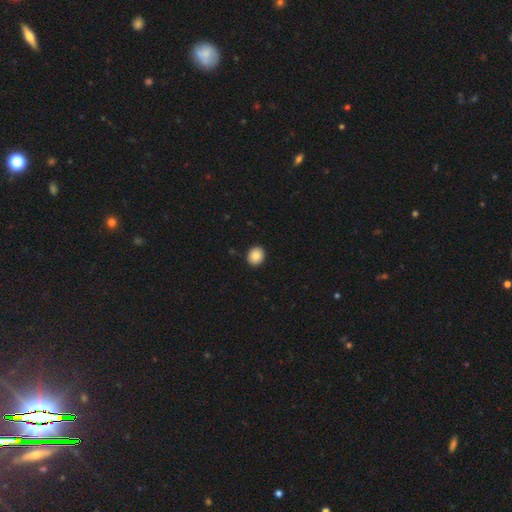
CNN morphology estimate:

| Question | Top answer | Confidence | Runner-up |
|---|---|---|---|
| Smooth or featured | smooth | 86% | star or artifact (8%) |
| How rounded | round | 69% | in between (30%) |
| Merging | none | 92% | minor disturbance (6%) |